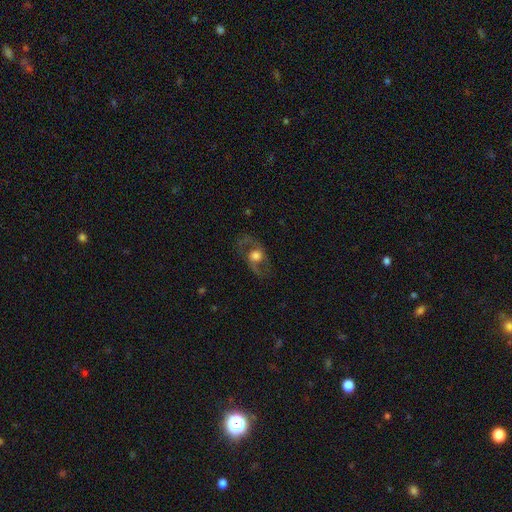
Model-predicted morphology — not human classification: Smooth or featured? featured or disk (62%)
Edge-on disk? no (88%)
Bar? no (72%)
Spiral arms? yes (63%)
Bulge size? large (43%)
Merging? none (69%)